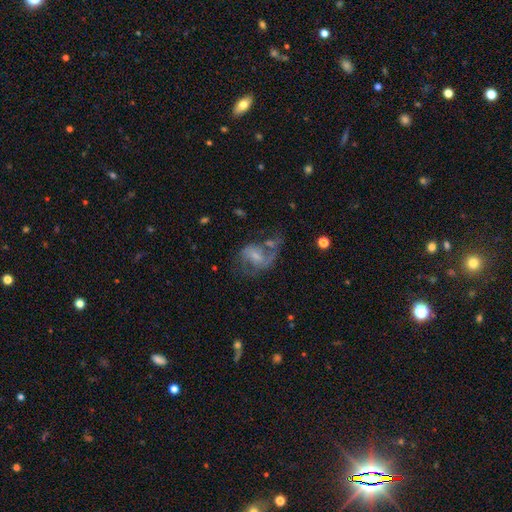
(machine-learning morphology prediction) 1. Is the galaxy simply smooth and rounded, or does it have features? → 69% featured or disk, 19% smooth, 13% star or artifact.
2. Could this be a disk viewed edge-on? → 97% no, 3% yes.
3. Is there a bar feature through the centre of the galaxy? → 45% no, 43% weak, 12% strong.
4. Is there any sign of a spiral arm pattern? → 82% yes, 18% no.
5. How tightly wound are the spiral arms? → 46% loose, 40% medium, 13% tight.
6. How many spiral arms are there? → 65% 2, 18% 1, 12% can't tell, 2% 3, 1% 4, 1% more than 4.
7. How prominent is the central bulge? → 55% small, 31% moderate, 10% none, 3% large, 1% dominant.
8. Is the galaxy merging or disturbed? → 41% none, 29% major disturbance, 19% minor disturbance, 11% merger.